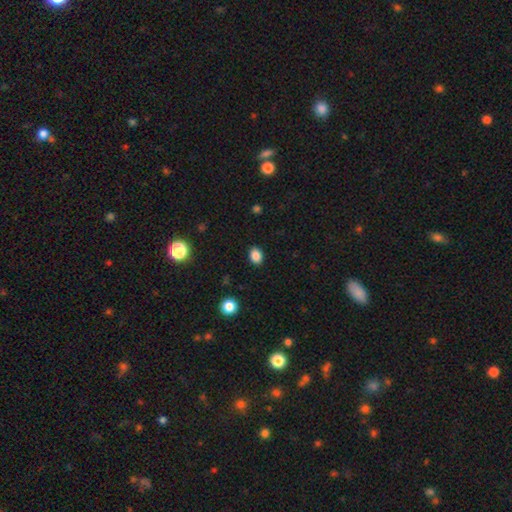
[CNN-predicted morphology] This appears to be a smooth galaxy with no disk features (86%) that is in between round and cigar-shaped (64%). Merging: none (90%).